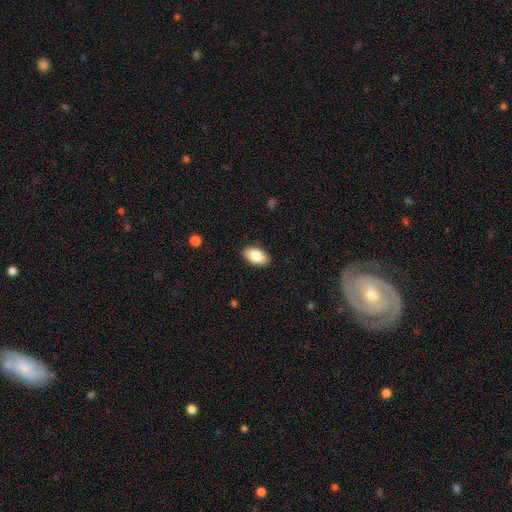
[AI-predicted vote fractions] Overall: smooth (84%). How rounded: in between (93%). Merging: none (88%).